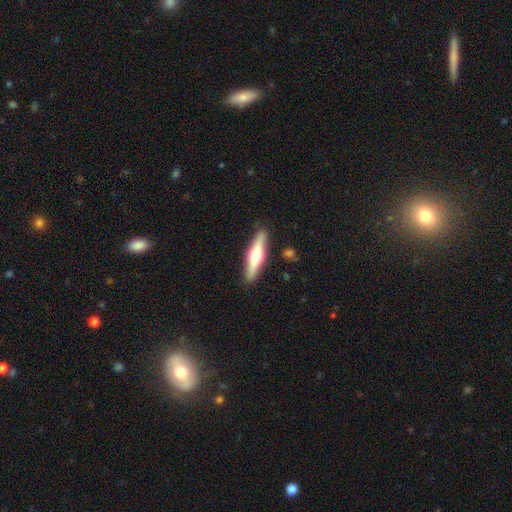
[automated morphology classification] A featured or disk galaxy (58%) viewed edge-on (95%) with a rounded central bulge (93%).

Vote fractions:
- Smooth or featured? featured or disk: 58% / smooth: 37% / star or artifact: 5%
- Edge-on disk? yes: 95% / no: 5%
- Edge-on bulge? rounded: 93% / boxy: 4% / none: 3%
- Merging? none: 88% / minor disturbance: 8% / major disturbance: 2% / merger: 2%